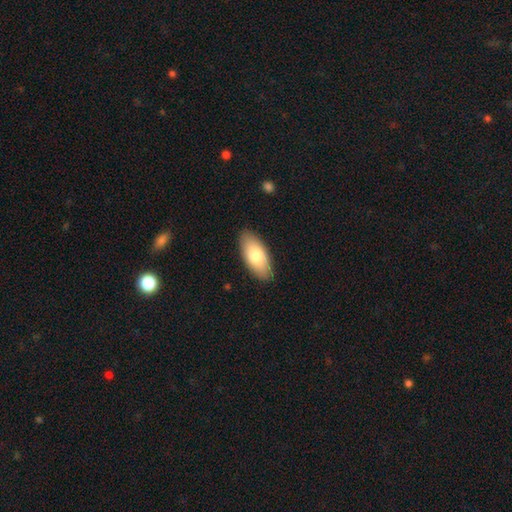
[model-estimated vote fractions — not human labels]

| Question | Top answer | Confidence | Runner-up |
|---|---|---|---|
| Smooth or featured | smooth | 77% | featured or disk (17%) |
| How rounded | in between | 90% | cigar-shaped (8%) |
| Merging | none | 88% | minor disturbance (9%) |